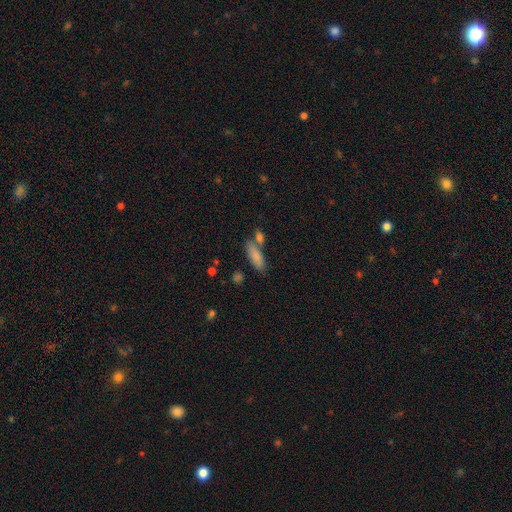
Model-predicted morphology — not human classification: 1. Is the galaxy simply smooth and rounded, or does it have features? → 83% smooth, 10% featured or disk, 7% star or artifact.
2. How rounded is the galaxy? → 62% in between, 36% cigar-shaped, 3% round.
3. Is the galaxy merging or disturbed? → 60% none, 21% merger, 14% minor disturbance, 4% major disturbance.